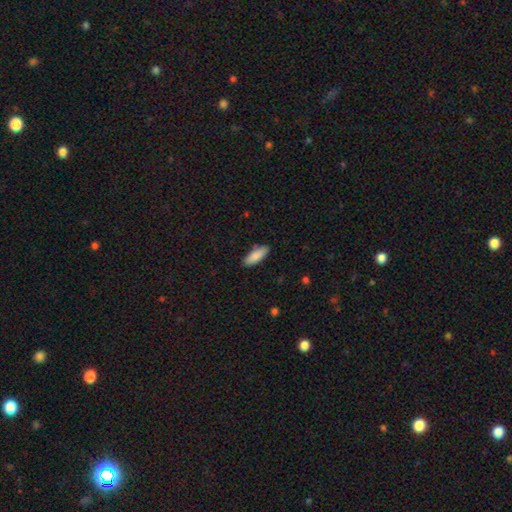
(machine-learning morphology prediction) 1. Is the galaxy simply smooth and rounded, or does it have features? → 87% smooth, 7% featured or disk, 6% star or artifact.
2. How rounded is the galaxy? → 65% in between, 33% cigar-shaped, 2% round.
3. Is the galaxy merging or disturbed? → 85% none, 11% minor disturbance, 2% major disturbance, 2% merger.